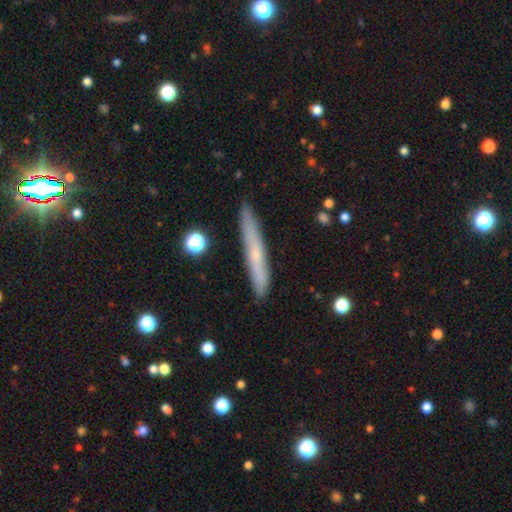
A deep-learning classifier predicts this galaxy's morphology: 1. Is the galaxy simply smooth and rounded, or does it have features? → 48% smooth, 44% featured or disk, 8% star or artifact.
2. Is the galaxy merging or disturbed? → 87% none, 10% minor disturbance, 2% major disturbance, 2% merger.